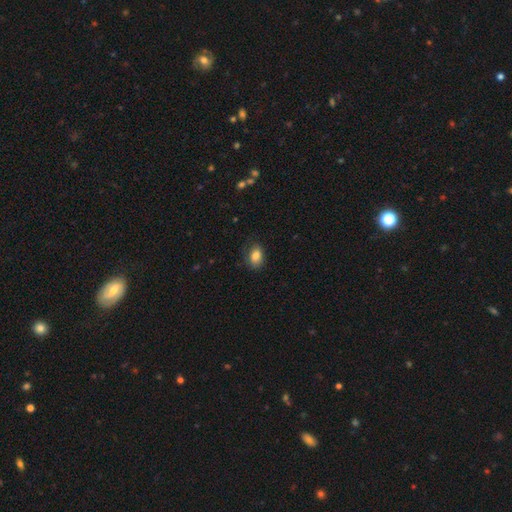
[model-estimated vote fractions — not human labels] A smooth galaxy with no disk features (84%) that is in between round and cigar-shaped (84%). Merging: none (77%).